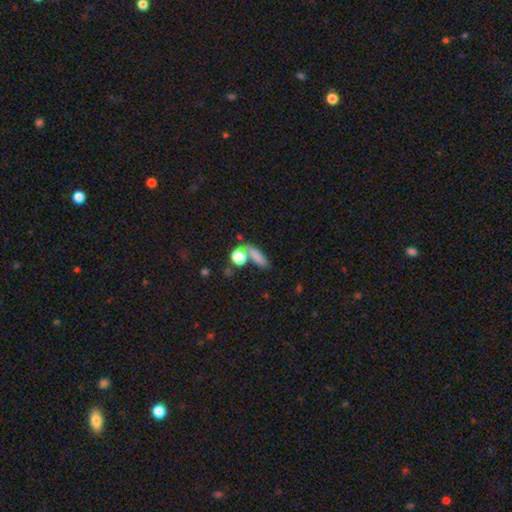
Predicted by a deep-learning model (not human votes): smooth-or-featured: smooth: 78% | star or artifact: 12% | featured or disk: 11%
  how-rounded: cigar-shaped: 50% | in between: 30% | round: 20%
  merging: none: 66% | merger: 16% | minor disturbance: 12% | major disturbance: 6%